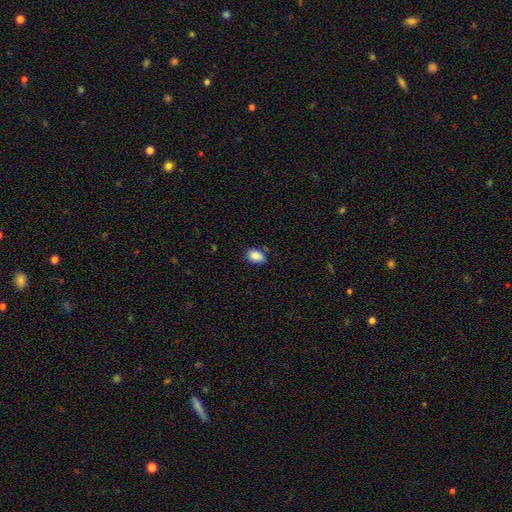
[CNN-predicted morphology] Smooth or featured?
  - smooth: 87% *
  - star or artifact: 8%
  - featured or disk: 5%
How rounded?
  - in between: 79% *
  - round: 19%
  - cigar-shaped: 1%
Merging?
  - none: 76% *
  - minor disturbance: 18%
  - major disturbance: 3%
  - merger: 3%